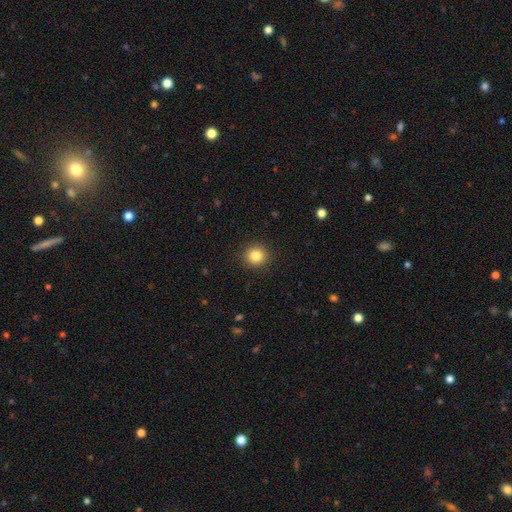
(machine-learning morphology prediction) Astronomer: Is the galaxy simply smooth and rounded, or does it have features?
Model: smooth — 83%.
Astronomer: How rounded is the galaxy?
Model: round — 92%.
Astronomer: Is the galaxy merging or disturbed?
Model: none — 91%.